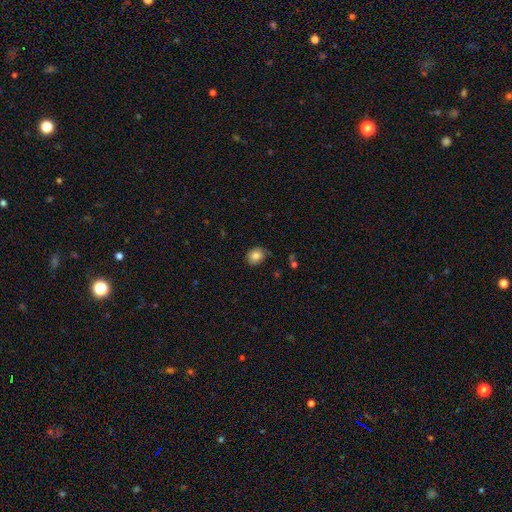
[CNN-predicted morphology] smooth 82%, star or artifact 9%, featured or disk 9%. Down the decision tree: how rounded — round (57%); merging — none (75%).